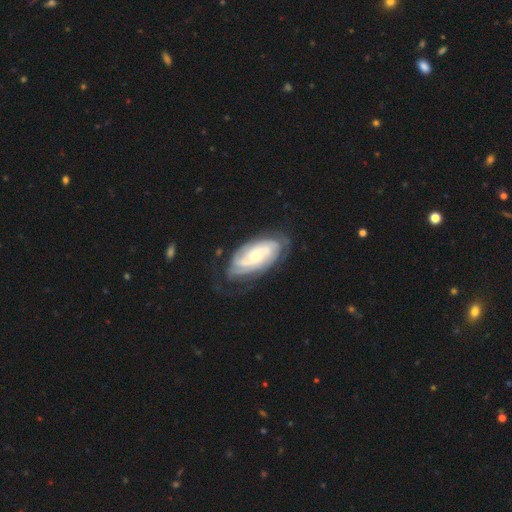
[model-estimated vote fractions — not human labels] Smooth or featured?
  - featured or disk: 79% *
  - smooth: 16%
  - star or artifact: 5%
Edge-on disk?
  - no: 94% *
  - yes: 6%
Bar?
  - no: 71% *
  - weak: 22%
  - strong: 7%
Spiral arms?
  - yes: 93% *
  - no: 7%
Spiral winding?
  - tight: 70% *
  - medium: 23%
  - loose: 7%
Spiral arm count?
  - can't tell: 41% *
  - 2: 27%
  - 3: 15%
  - 4: 9%
  - more than 4: 4%
  - 1: 4%
Bulge size?
  - small: 52% *
  - moderate: 42%
  - large: 4%
  - none: 2%
  - dominant: 1%
Merging?
  - none: 69% *
  - minor disturbance: 21%
  - major disturbance: 9%
  - merger: 2%